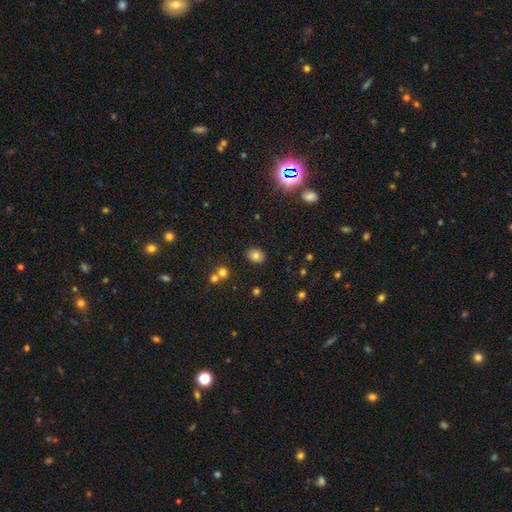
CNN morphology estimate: The model was most divided on "how rounded": in between: 69%, round: 30%, cigar-shaped: 1%. More confident: merging — none (86%); smooth or featured — smooth (77%).